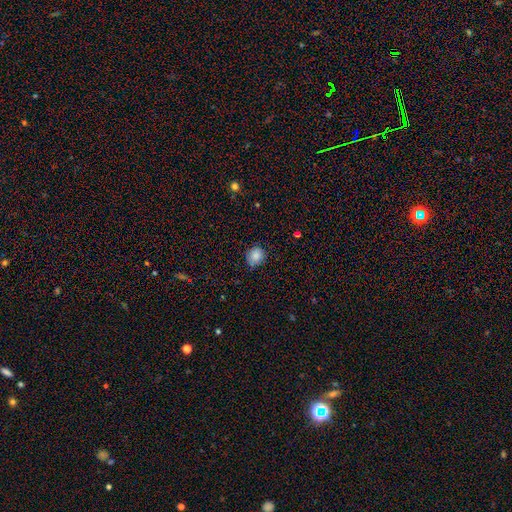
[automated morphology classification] Smooth or featured?
  - smooth: 83% *
  - star or artifact: 11%
  - featured or disk: 7%
How rounded?
  - round: 79% *
  - in between: 20%
  - cigar-shaped: 1%
Merging?
  - none: 78% *
  - minor disturbance: 17%
  - major disturbance: 3%
  - merger: 1%